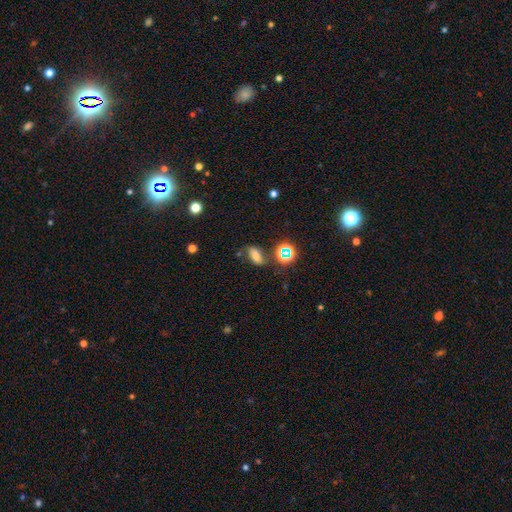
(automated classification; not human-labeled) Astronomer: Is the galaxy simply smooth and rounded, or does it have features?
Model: smooth — 59%.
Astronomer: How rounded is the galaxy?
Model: in between — 78%.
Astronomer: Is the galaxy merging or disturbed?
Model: none — 62%.